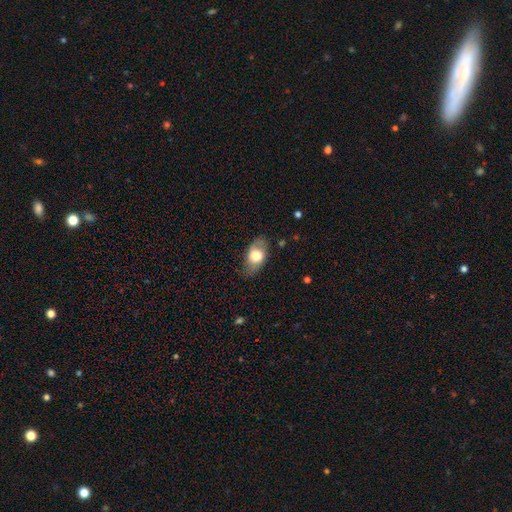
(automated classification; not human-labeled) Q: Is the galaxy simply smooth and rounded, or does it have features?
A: smooth — 65%.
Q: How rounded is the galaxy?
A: in between — 88%.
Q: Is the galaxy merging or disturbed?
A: none — 72%.